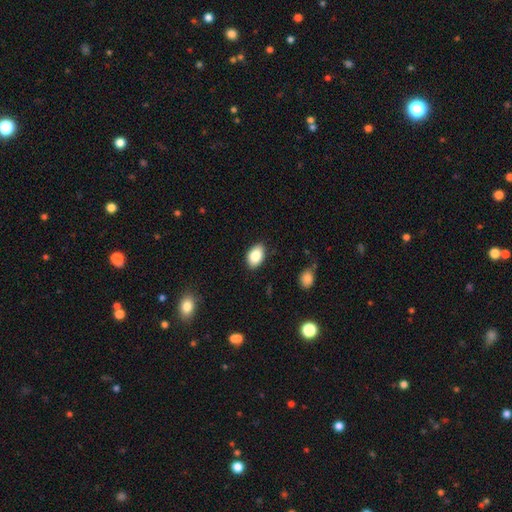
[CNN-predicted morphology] Q: Smooth or featured?
A: smooth (87%); runner-up: star or artifact (7%)
Q: How rounded?
A: in between (90%); runner-up: round (9%)
Q: Merging?
A: none (87%); runner-up: minor disturbance (10%)